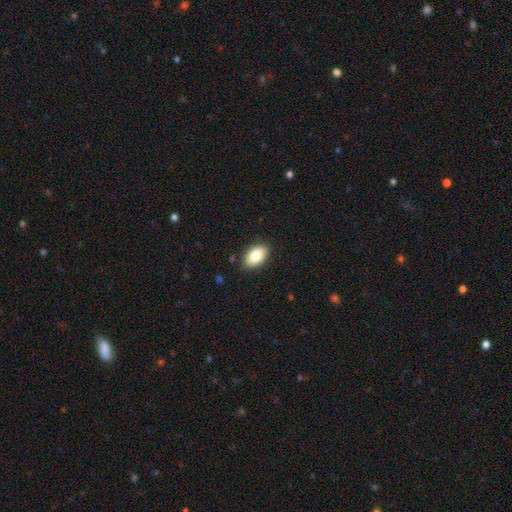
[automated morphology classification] This appears to be a smooth galaxy with no disk features (84%) that is in between round and cigar-shaped (93%). Merging: none (87%).